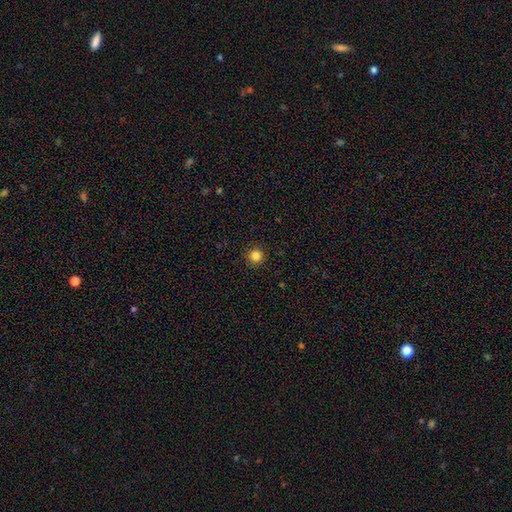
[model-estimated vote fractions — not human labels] Q: Smooth or featured?
A: smooth (84%); runner-up: star or artifact (12%)
Q: How rounded?
A: round (95%); runner-up: in between (4%)
Q: Merging?
A: none (92%); runner-up: minor disturbance (5%)